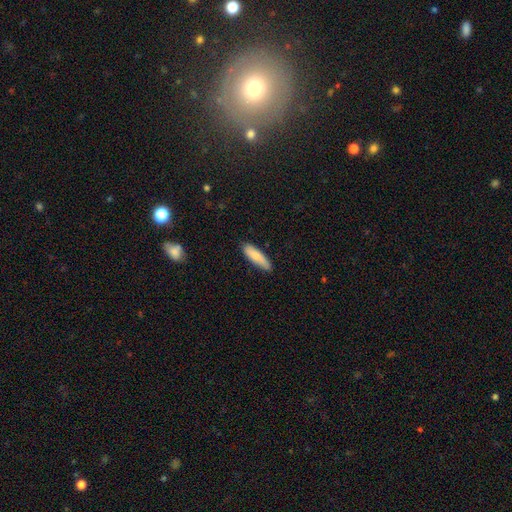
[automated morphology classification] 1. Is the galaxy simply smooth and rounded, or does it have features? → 82% smooth, 13% featured or disk, 5% star or artifact.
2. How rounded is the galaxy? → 59% cigar-shaped, 39% in between, 2% round.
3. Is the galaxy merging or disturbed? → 81% none, 16% minor disturbance, 2% major disturbance, 1% merger.